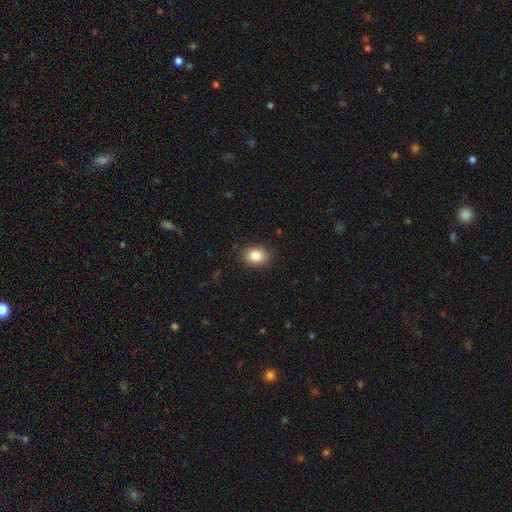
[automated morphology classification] This is clearly a smooth galaxy (85%). How rounded: likely in between (65%). Merging: clearly none (88%).